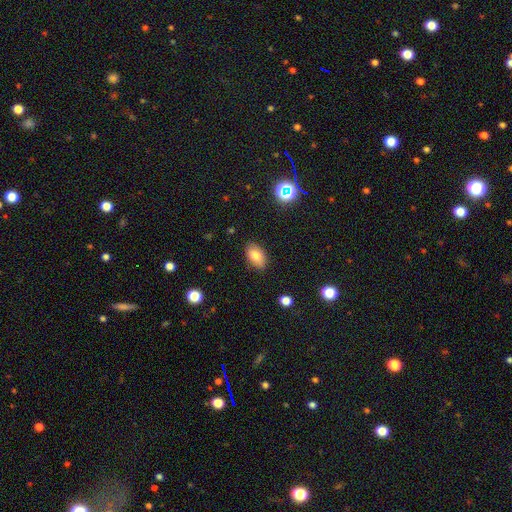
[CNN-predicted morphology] Overall: smooth (79%). How rounded: in between (91%). Merging: none (86%).